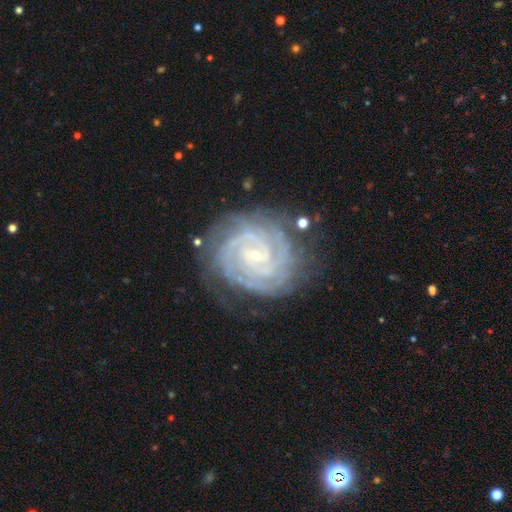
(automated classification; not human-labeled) smooth_or_featured: featured or disk (p=0.91) [alt: star or artifact p=0.05]
disk_edge_on: no (p=0.98) [alt: yes p=0.02]
bar: no (p=0.44) [alt: weak p=0.40]
has_spiral_arms: yes (p=0.98) [alt: no p=0.02]
spiral_winding: tight (p=0.82) [alt: medium p=0.16]
spiral_arm_count: 2 (p=0.32) [alt: 3 p=0.21]
bulge_size: small (p=0.85) [alt: moderate p=0.10]
merging: none (p=0.78) [alt: minor disturbance p=0.16]